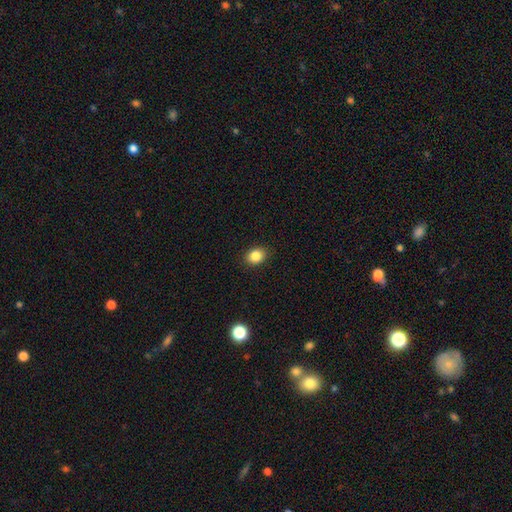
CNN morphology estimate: smooth_or_featured: smooth (p=0.85) [alt: star or artifact p=0.10]
how_rounded: in between (p=0.55) [alt: round p=0.44]
merging: none (p=0.89) [alt: minor disturbance p=0.08]